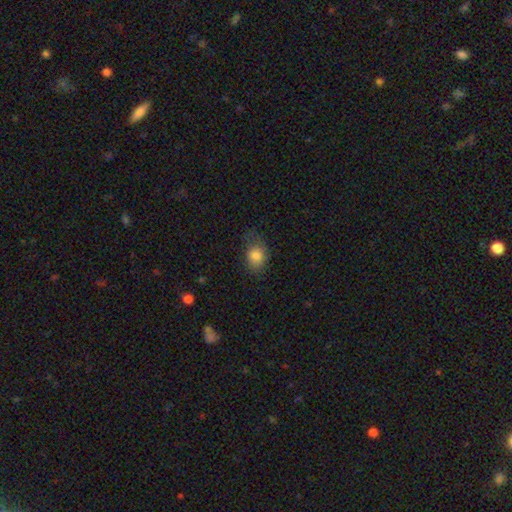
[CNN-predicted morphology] A smooth galaxy with no disk features (82%) that is in between round and cigar-shaped (61%). Merging: none (57%).